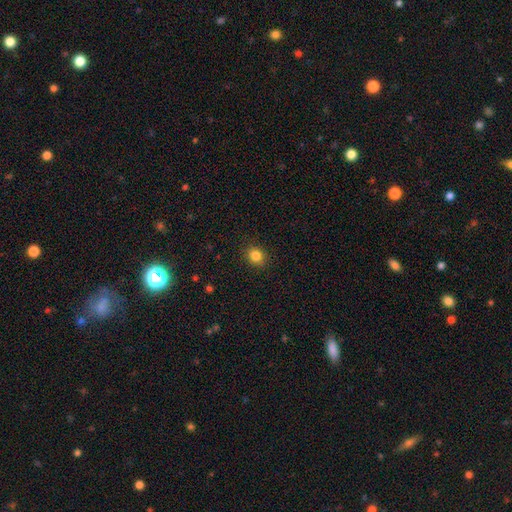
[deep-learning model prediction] Smooth or featured: smooth — 84% (star or artifact — 11%)
How rounded: round — 61% (in between — 38%)
Merging: none — 89% (minor disturbance — 8%)